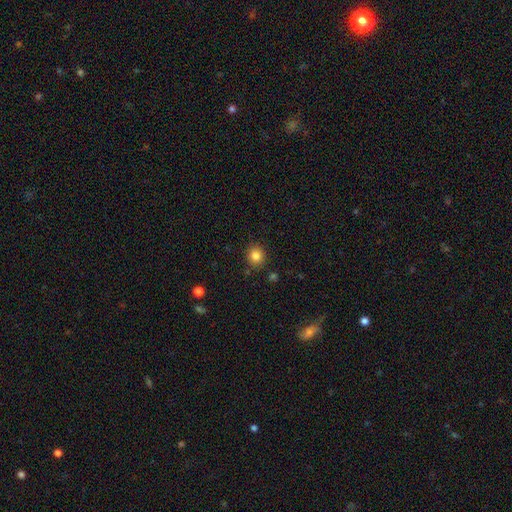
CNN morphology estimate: Smooth or featured?
  - smooth: 83% *
  - star or artifact: 11%
  - featured or disk: 6%
How rounded?
  - round: 85% *
  - in between: 14%
  - cigar-shaped: 1%
Merging?
  - none: 87% *
  - minor disturbance: 8%
  - major disturbance: 2%
  - merger: 2%